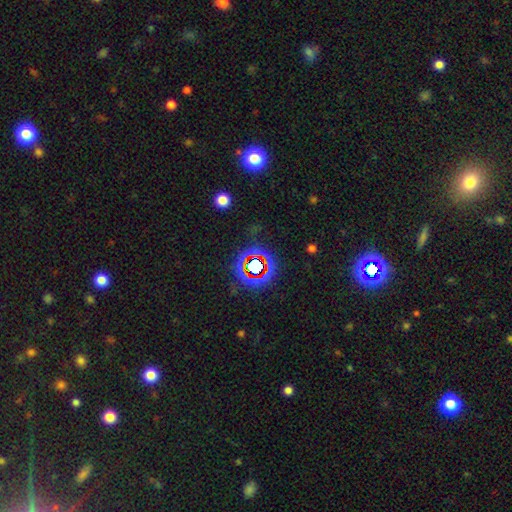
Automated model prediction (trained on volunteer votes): A star or artifact, not a galaxy (70%).

Vote fractions:
- Smooth or featured? star or artifact: 70% / smooth: 15% / featured or disk: 15%